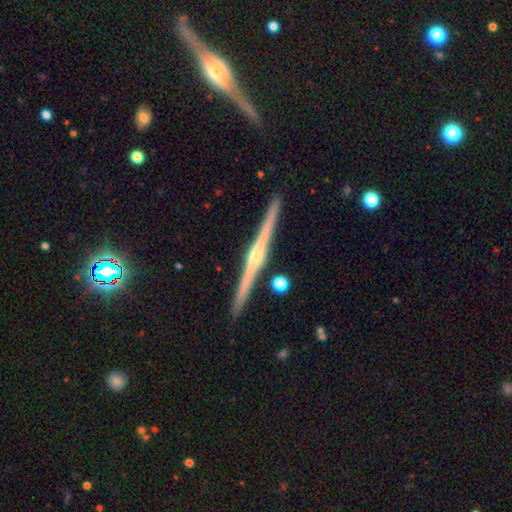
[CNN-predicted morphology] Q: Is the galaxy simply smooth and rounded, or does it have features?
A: featured or disk — 86%.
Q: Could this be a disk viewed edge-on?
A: yes — 99%.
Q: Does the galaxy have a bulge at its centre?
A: rounded — 83%.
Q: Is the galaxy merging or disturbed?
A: none — 92%.